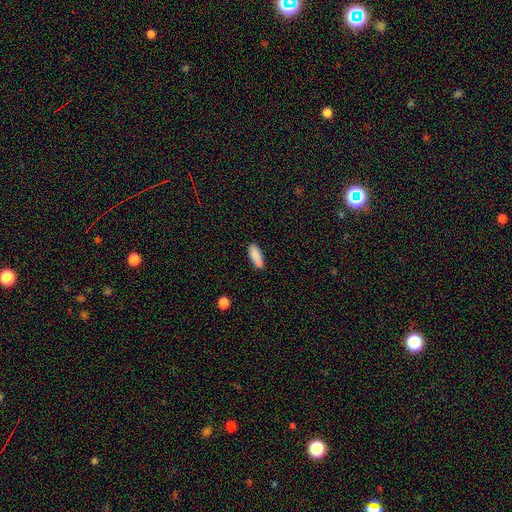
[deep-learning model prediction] A smooth galaxy with no disk features (88%) that is in between round and cigar-shaped (66%). Merging: none (79%).